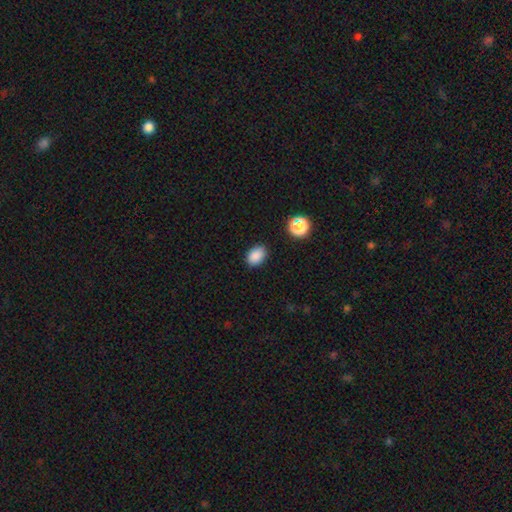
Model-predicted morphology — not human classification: A smooth galaxy with no disk features (87%) that is in between round and cigar-shaped (76%).

Vote fractions:
- Smooth or featured? smooth: 87% / star or artifact: 10% / featured or disk: 3%
- How rounded? in between: 76% / round: 23% / cigar-shaped: 1%
- Merging? none: 85% / minor disturbance: 10% / major disturbance: 3% / merger: 2%